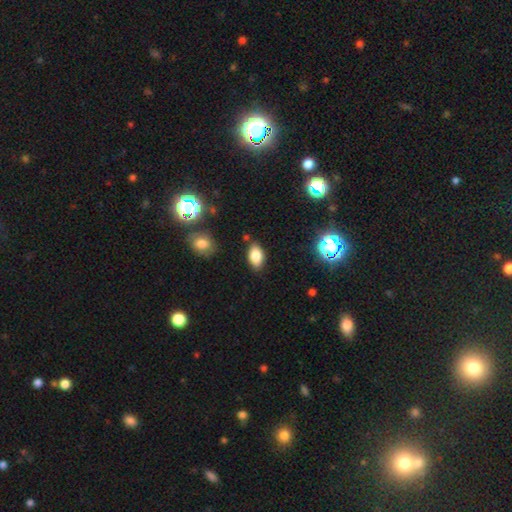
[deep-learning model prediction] Q: Smooth or featured?
A: smooth (81%); runner-up: star or artifact (11%)
Q: How rounded?
A: in between (91%); runner-up: round (7%)
Q: Merging?
A: none (82%); runner-up: minor disturbance (12%)